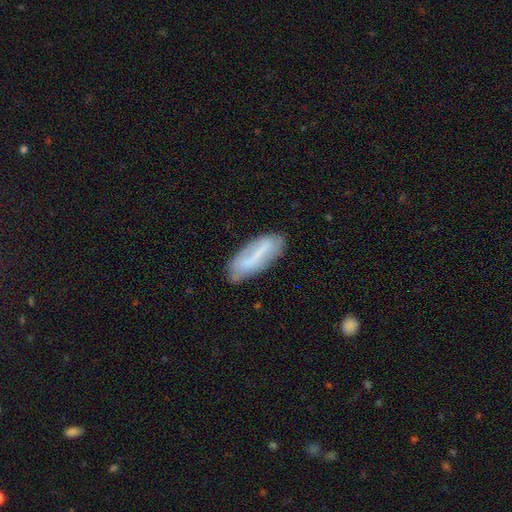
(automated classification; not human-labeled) Smooth or featured: smooth — 49% (featured or disk — 43%)
Merging: none — 72% (minor disturbance — 20%)